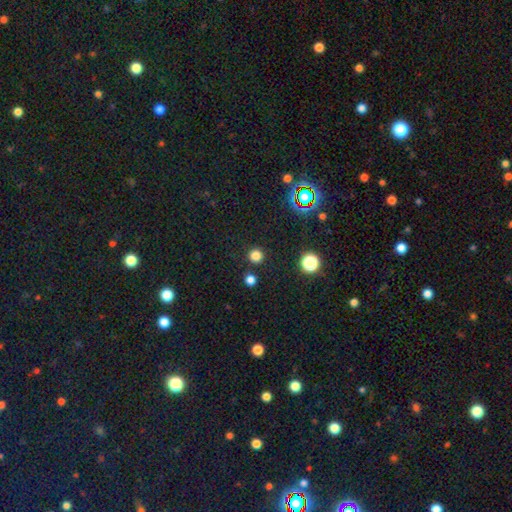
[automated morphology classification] smooth_or_featured: smooth (p=0.77) [alt: star or artifact p=0.18]
how_rounded: round (p=0.95) [alt: in between p=0.04]
merging: none (p=0.89) [alt: minor disturbance p=0.05]